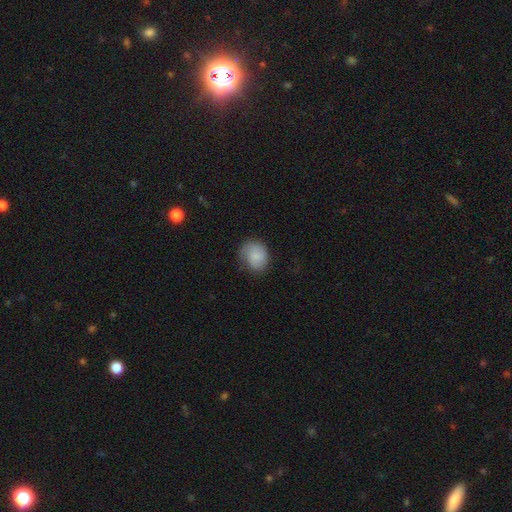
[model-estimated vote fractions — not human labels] smooth 76%, featured or disk 17%, star or artifact 7%. Down the decision tree: how rounded — round (57%); merging — none (64%).